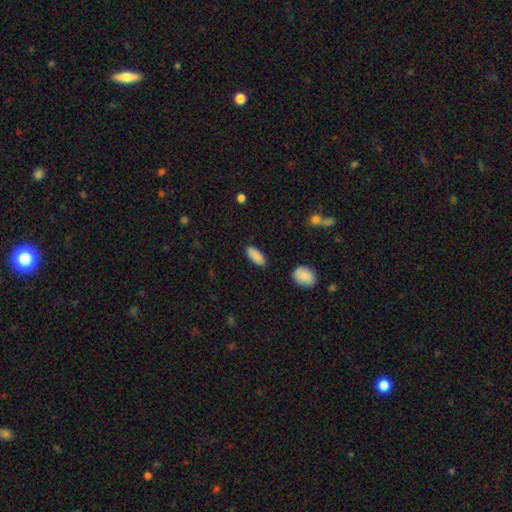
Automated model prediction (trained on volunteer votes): smooth-or-featured: smooth: 89% | star or artifact: 7% | featured or disk: 4%
  how-rounded: in between: 80% | cigar-shaped: 18% | round: 2%
  merging: none: 87% | minor disturbance: 9% | major disturbance: 2% | merger: 2%